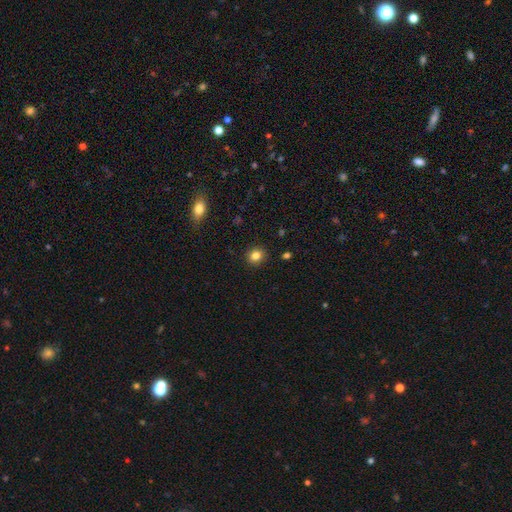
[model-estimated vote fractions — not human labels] The model was most divided on "how rounded": round: 84%, in between: 15%, cigar-shaped: 1%. More confident: merging — none (91%); smooth or featured — smooth (83%).